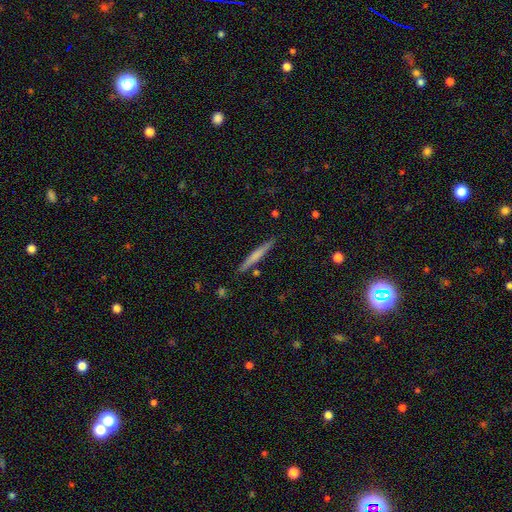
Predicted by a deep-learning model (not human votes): smooth-or-featured: smooth: 56% | featured or disk: 38% | star or artifact: 6%
  how-rounded: cigar-shaped: 96% | in between: 3% | round: 1%
  merging: none: 88% | minor disturbance: 8% | merger: 2% | major disturbance: 2%